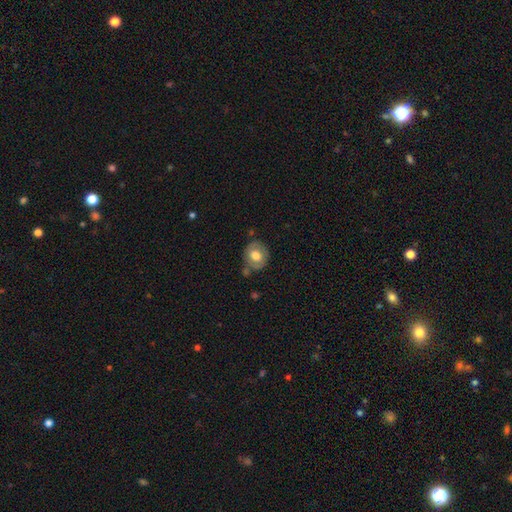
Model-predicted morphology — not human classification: Smooth or featured? Predicted: smooth (p=0.63). How rounded? Predicted: round (p=0.67). Merging? Predicted: none (p=0.69).